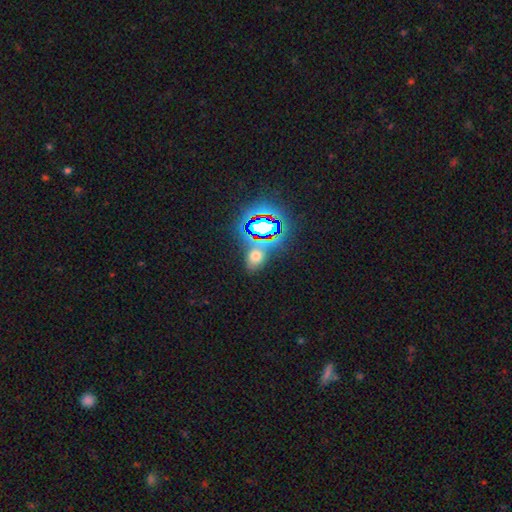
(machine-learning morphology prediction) Smooth or featured? Predicted: smooth (p=0.48). Merging? Predicted: none (p=0.67).